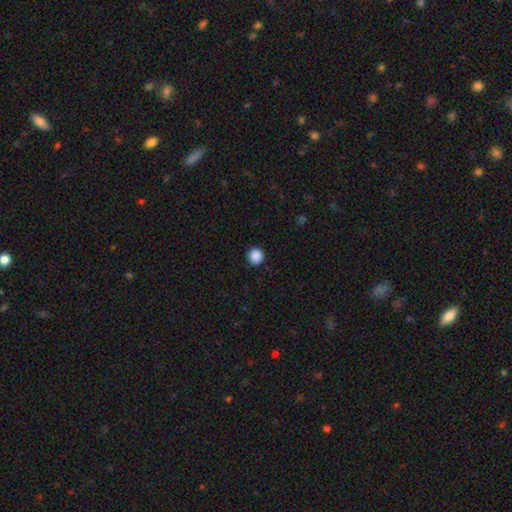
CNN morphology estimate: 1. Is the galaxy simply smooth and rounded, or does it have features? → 88% smooth, 9% star or artifact, 2% featured or disk.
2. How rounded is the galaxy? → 95% round, 4% in between, 1% cigar-shaped.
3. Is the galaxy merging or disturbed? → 93% none, 5% minor disturbance, 2% major disturbance, 1% merger.